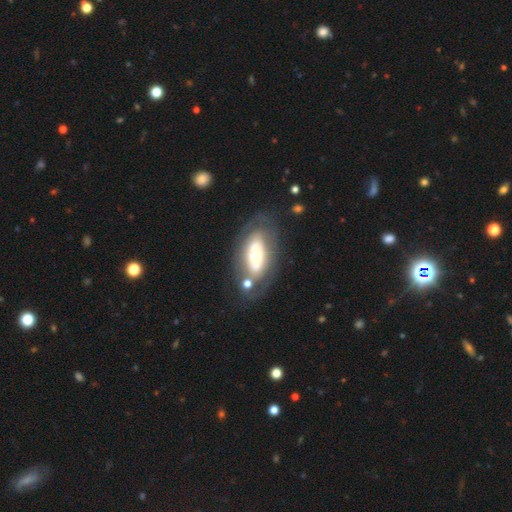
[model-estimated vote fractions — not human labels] Overall: featured or disk (59%; smooth 35%). Edge-on disk: no (89%). Bar: no (81%). Spiral arms: no (67%; yes 33%). Bulge size: moderate (55%; small 31%). Merging: none (63%).